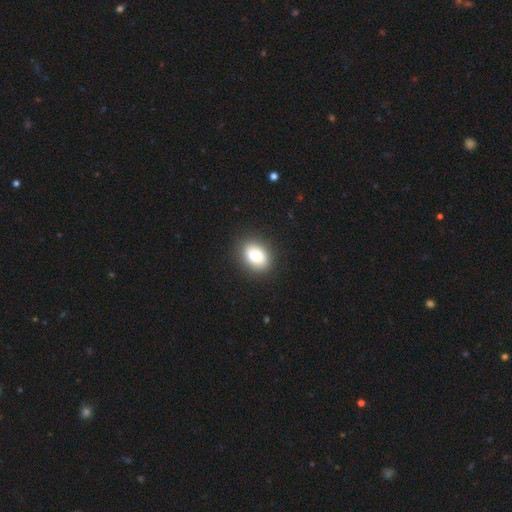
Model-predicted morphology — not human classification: Smooth or featured?
  - smooth: 85% *
  - star or artifact: 8%
  - featured or disk: 7%
How rounded?
  - in between: 75% *
  - round: 24%
  - cigar-shaped: 1%
Merging?
  - none: 88% *
  - minor disturbance: 9%
  - major disturbance: 2%
  - merger: 1%